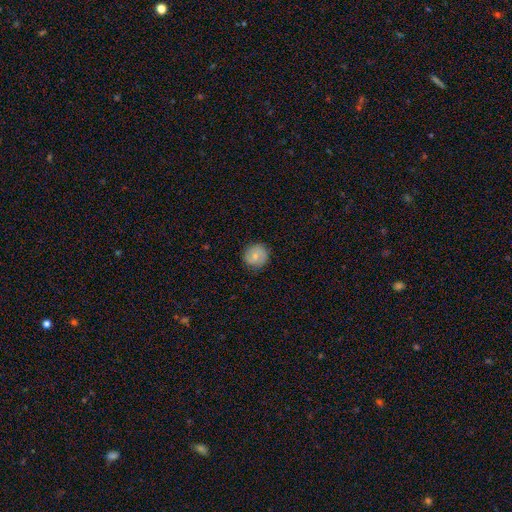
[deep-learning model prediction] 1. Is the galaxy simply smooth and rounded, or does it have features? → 68% smooth, 24% featured or disk, 8% star or artifact.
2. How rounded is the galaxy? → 91% round, 8% in between, 1% cigar-shaped.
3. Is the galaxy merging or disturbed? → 84% none, 13% minor disturbance, 3% major disturbance, 1% merger.